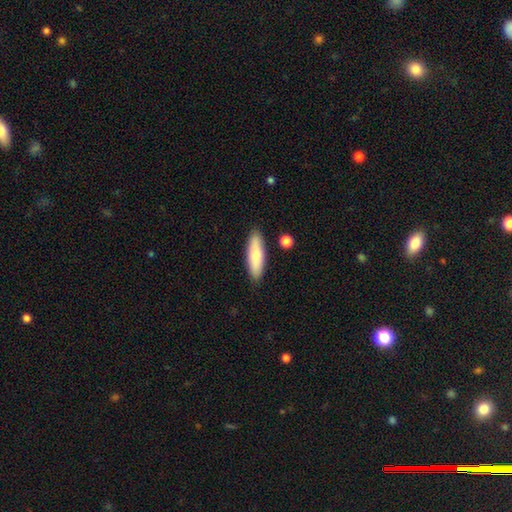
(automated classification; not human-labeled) Smooth or featured? Predicted: smooth (p=0.75). How rounded? Predicted: cigar-shaped (p=0.54). Merging? Predicted: none (p=0.86).